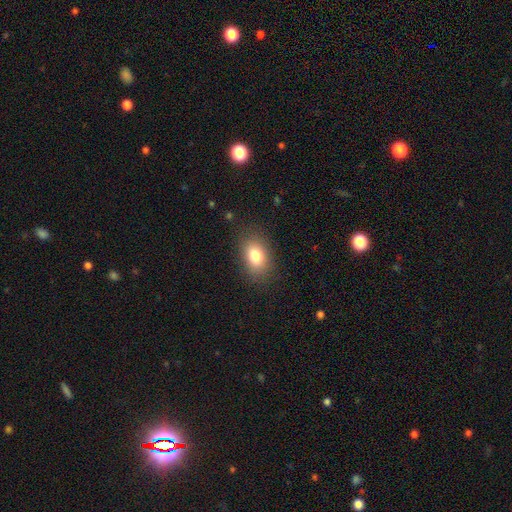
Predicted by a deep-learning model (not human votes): The model was most divided on "how rounded": in between: 84%, round: 15%, cigar-shaped: 1%. More confident: merging — none (84%); smooth or featured — smooth (81%).